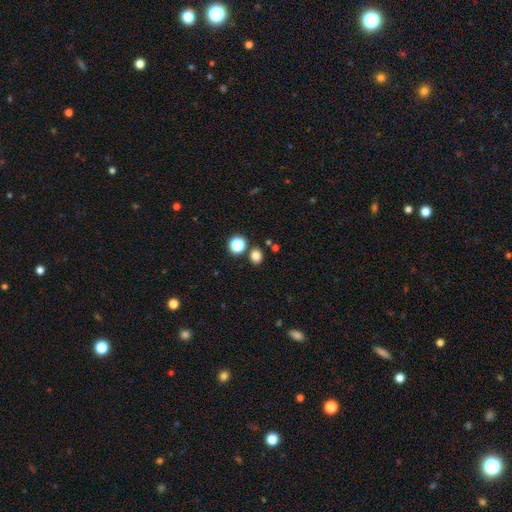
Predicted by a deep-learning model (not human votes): Q: Smooth or featured?
A: smooth (79%); runner-up: star or artifact (15%)
Q: How rounded?
A: round (62%); runner-up: in between (37%)
Q: Merging?
A: none (79%); runner-up: merger (10%)